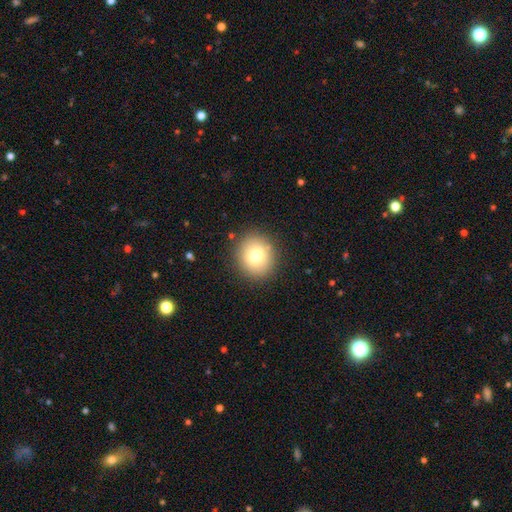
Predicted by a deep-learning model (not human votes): smooth_or_featured: smooth (p=0.76) [alt: featured or disk p=0.13]
how_rounded: round (p=0.84) [alt: in between p=0.15]
merging: none (p=0.88) [alt: minor disturbance p=0.08]